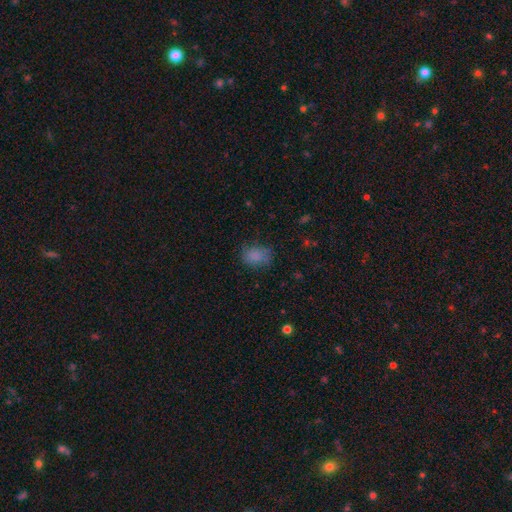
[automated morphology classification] This is clearly a smooth galaxy (81%). How rounded: possibly in between (59%). Merging: likely none (69%).